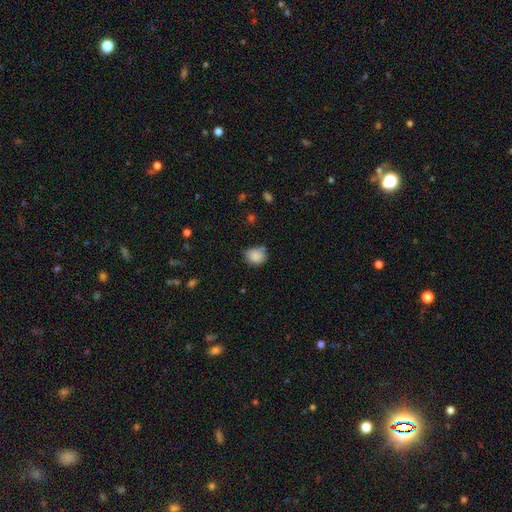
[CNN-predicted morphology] This appears to be a smooth galaxy with no disk features (86%) that is round (65%). Merging: none (64%).